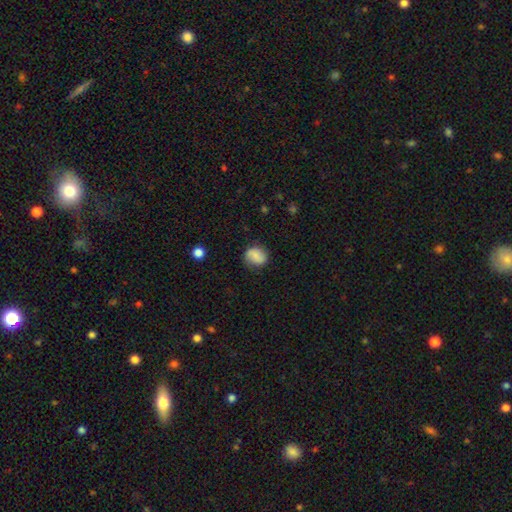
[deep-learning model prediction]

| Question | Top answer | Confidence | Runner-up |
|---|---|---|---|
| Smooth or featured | smooth | 71% | featured or disk (20%) |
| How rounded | round | 64% | in between (34%) |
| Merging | none | 74% | minor disturbance (19%) |